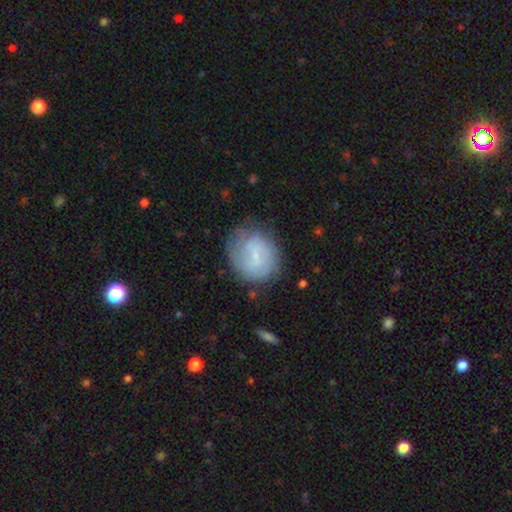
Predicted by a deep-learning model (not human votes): A featured or disk galaxy (53%) with a weak bar (58%), spiral arms (75%) and a small central bulge (65%). Merging: none (69%).